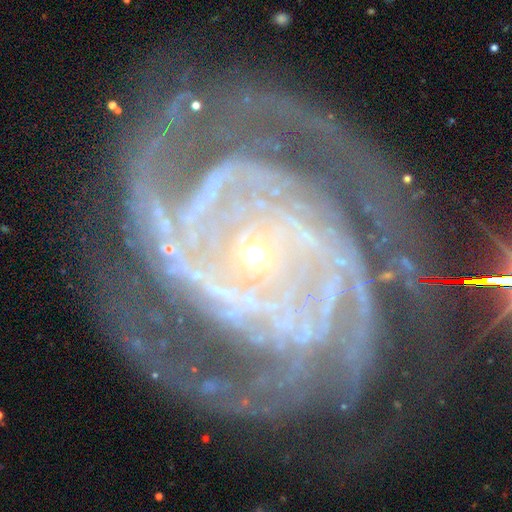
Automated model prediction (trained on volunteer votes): Smooth or featured? Predicted: featured or disk (p=0.90). Edge-on disk? Predicted: no (p=0.98). Bar? Predicted: no (p=0.59). Spiral arms? Predicted: yes (p=0.97). Spiral winding? Predicted: tight (p=0.55). Spiral arm count? Predicted: 2 (p=0.31). Bulge size? Predicted: small (p=0.75). Merging? Predicted: none (p=0.55).